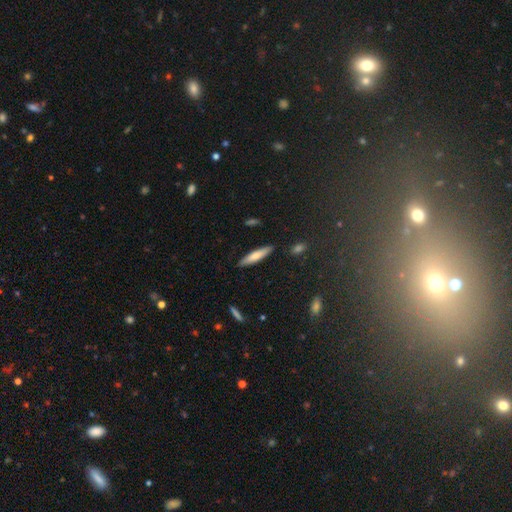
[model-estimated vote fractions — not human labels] Q: Smooth or featured?
A: smooth (69%); runner-up: featured or disk (24%)
Q: How rounded?
A: cigar-shaped (84%); runner-up: in between (15%)
Q: Merging?
A: none (87%); runner-up: minor disturbance (9%)